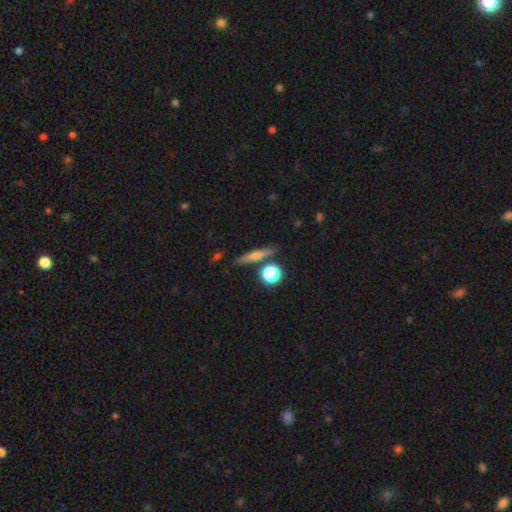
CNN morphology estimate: Smooth or featured? featured or disk (52%)
Edge-on disk? yes (94%)
Merging? none (84%)